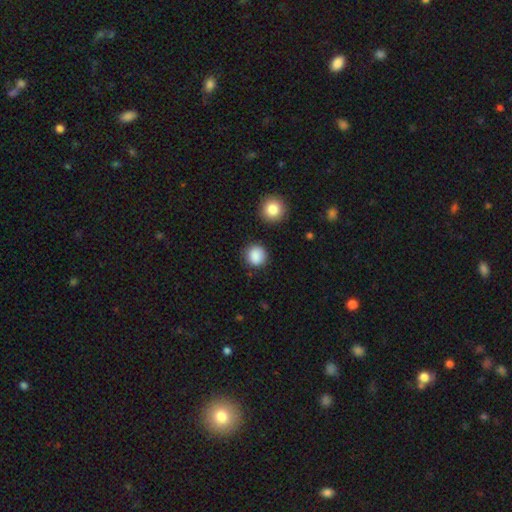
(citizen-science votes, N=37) Overall: smooth (100%). How rounded: round (84%). Merging: none (81%).